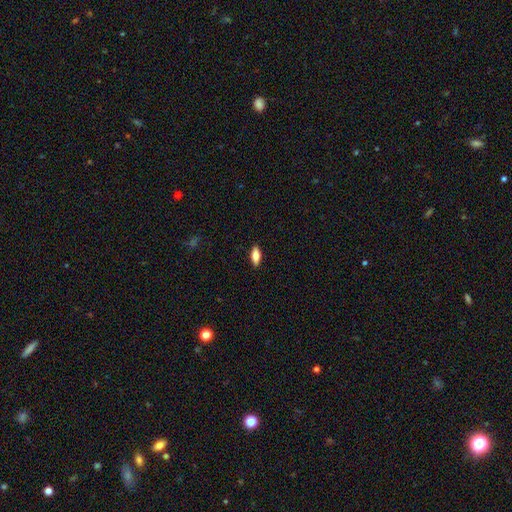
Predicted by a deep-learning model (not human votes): This is likely a smooth galaxy (80%). How rounded: likely in between (77%). Merging: clearly none (89%).